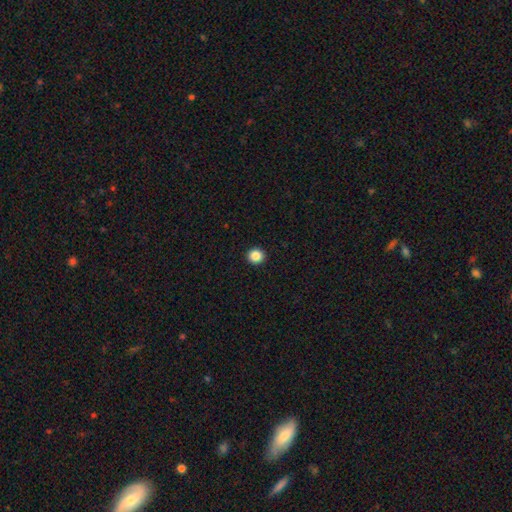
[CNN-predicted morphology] type=smooth (86%); roundness=round (91%); merging=none (94%).